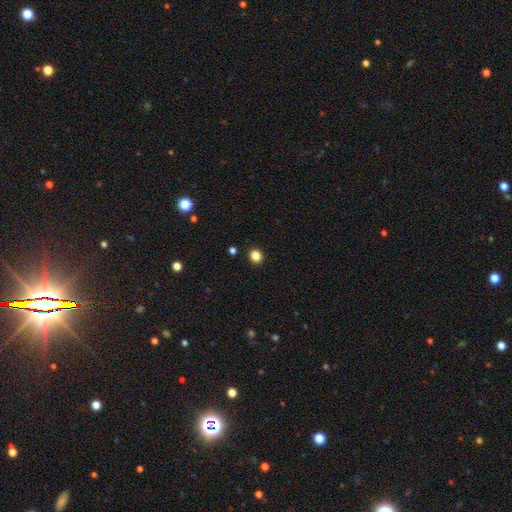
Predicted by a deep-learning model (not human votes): The model was most divided on "how rounded": round: 77%, in between: 22%, cigar-shaped: 1%. More confident: merging — none (91%); smooth or featured — smooth (85%).